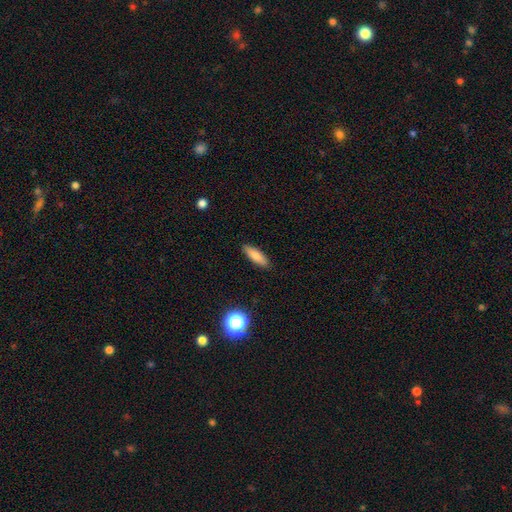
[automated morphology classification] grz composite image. It shows a smooth galaxy with no disk features (80%) that is cigar-shaped (53%). Merging: none (89%).